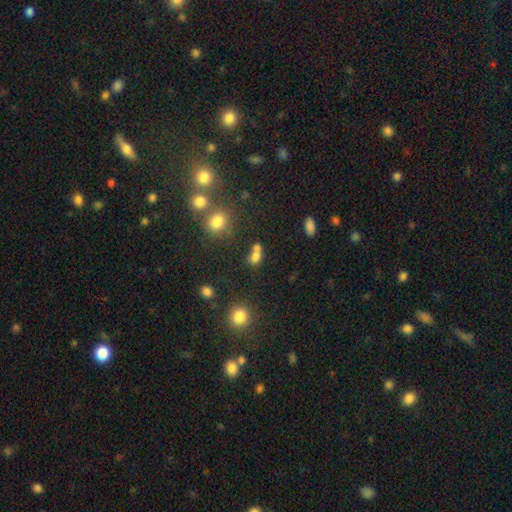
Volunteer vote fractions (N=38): Volunteers were most divided on "merging": merger: 66%, none: 26%, major disturbance: 9%, minor disturbance: 0%. More confident: smooth or featured — smooth (84%); how rounded — in between (78%).